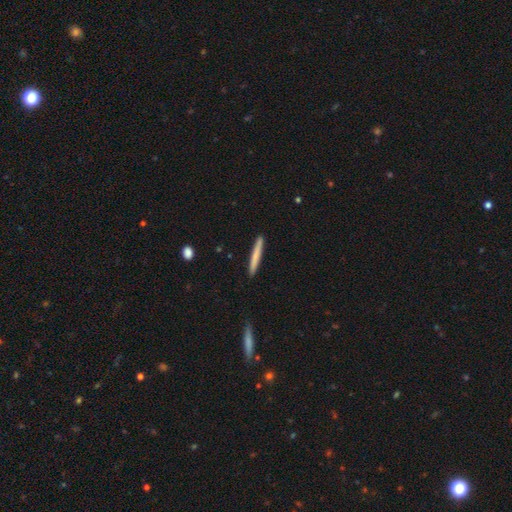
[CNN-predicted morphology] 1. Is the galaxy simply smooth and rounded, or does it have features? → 72% smooth, 22% featured or disk, 5% star or artifact.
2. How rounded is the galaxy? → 97% cigar-shaped, 2% in between, 1% round.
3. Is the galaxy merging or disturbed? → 91% none, 6% minor disturbance, 1% merger, 1% major disturbance.